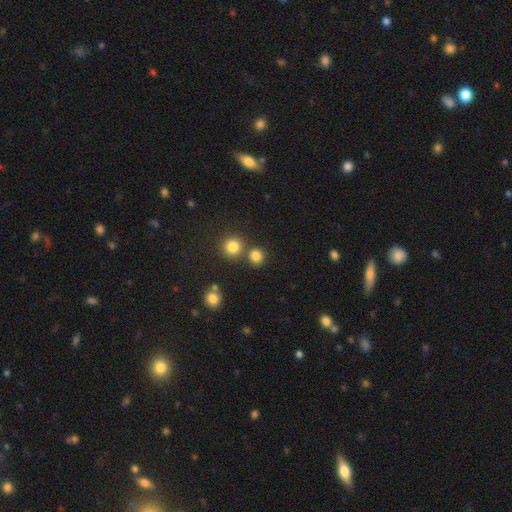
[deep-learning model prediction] A smooth galaxy with no disk features (81%) that is round (85%). Merging: none (71%).